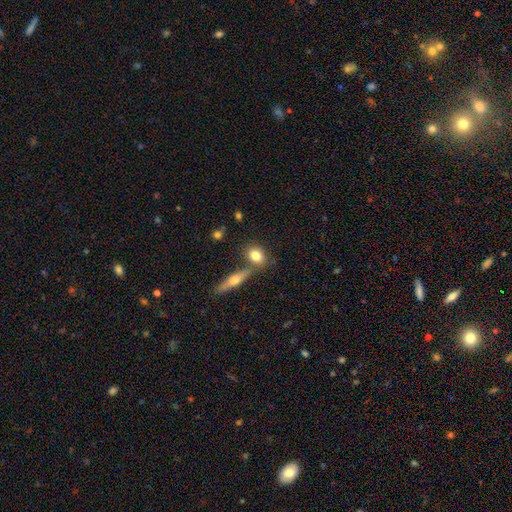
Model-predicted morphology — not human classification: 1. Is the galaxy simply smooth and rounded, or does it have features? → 77% smooth, 15% featured or disk, 8% star or artifact.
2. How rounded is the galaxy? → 55% in between, 38% round, 7% cigar-shaped.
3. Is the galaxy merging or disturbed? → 63% none, 22% merger, 12% minor disturbance, 3% major disturbance.